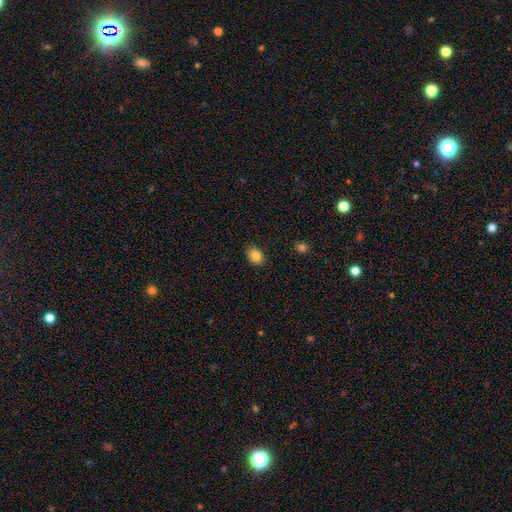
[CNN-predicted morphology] Overall: smooth (85%). How rounded: in between (73%). Merging: none (84%).